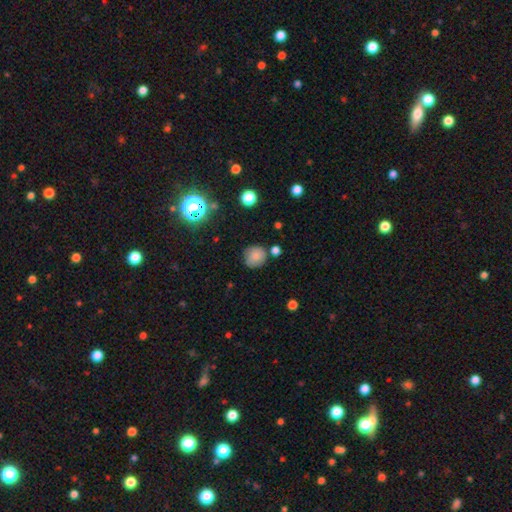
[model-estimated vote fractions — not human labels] Overall: smooth (79%). How rounded: round (89%). Merging: none (76%).